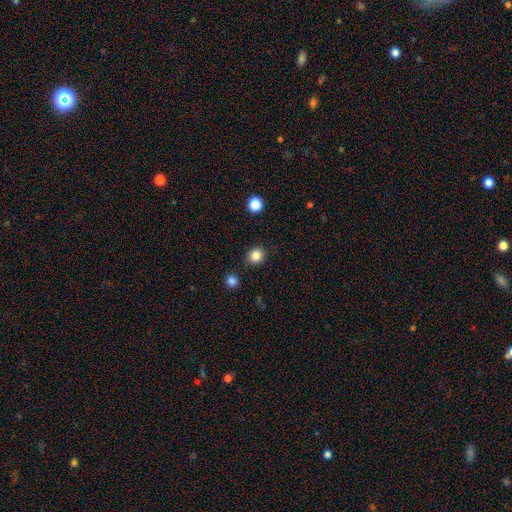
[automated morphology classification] smooth-or-featured: smooth: 84% | star or artifact: 11% | featured or disk: 4%
  how-rounded: round: 85% | in between: 15% | cigar-shaped: 1%
  merging: none: 89% | minor disturbance: 7% | major disturbance: 2% | merger: 2%